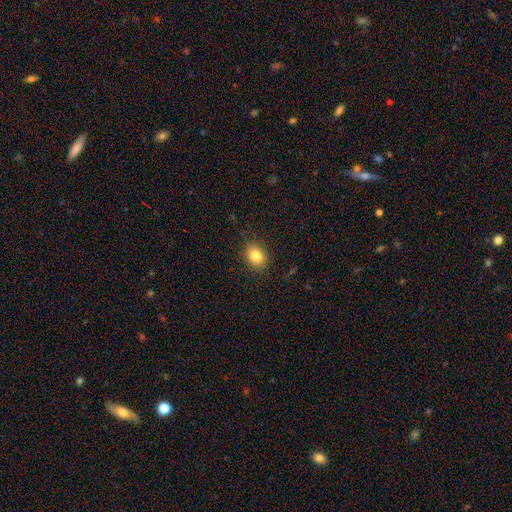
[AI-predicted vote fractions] The model was most divided on "how rounded": in between: 54%, round: 45%, cigar-shaped: 1%. More confident: merging — none (87%); smooth or featured — smooth (84%).